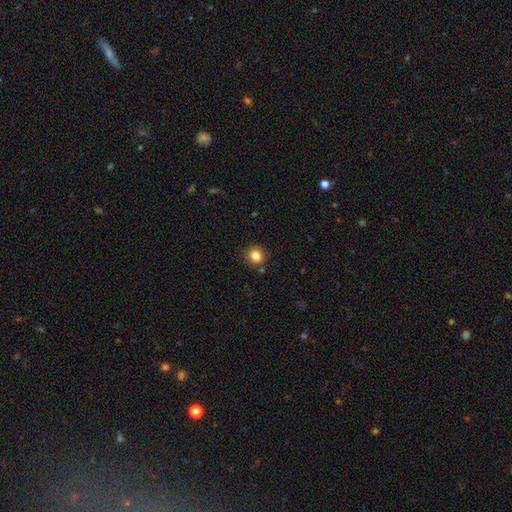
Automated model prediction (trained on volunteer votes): smooth 84%, star or artifact 11%, featured or disk 5%. Down the decision tree: how rounded — round (87%); merging — none (85%).